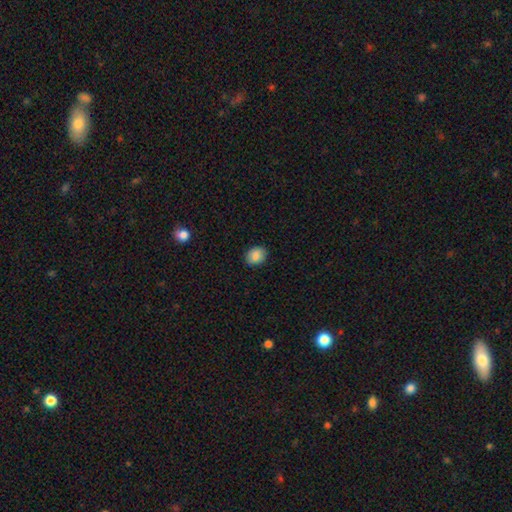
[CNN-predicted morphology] smooth_or_featured: smooth (p=0.87) [alt: star or artifact p=0.08]
how_rounded: in between (p=0.54) [alt: round p=0.45]
merging: none (p=0.88) [alt: minor disturbance p=0.09]